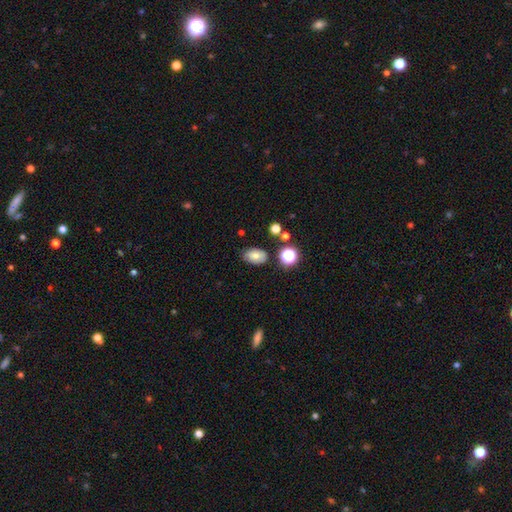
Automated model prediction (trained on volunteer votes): A smooth galaxy with no disk features (76%) that is in between round and cigar-shaped (84%). Merging: none (76%).